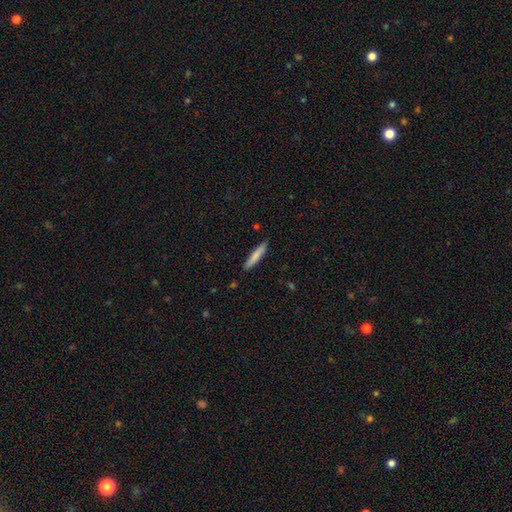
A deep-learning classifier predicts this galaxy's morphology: The model was most divided on "smooth or featured": smooth: 79%, featured or disk: 15%, star or artifact: 6%. More confident: how rounded — cigar-shaped (91%); merging — none (89%).